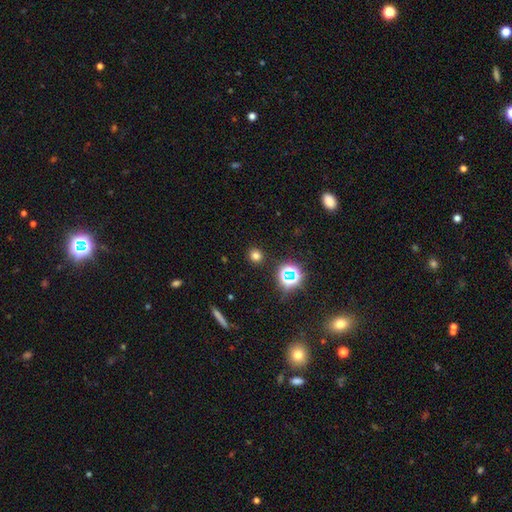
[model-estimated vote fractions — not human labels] The model was most divided on "smooth or featured": smooth: 70%, star or artifact: 24%, featured or disk: 6%. More confident: how rounded — round (90%); merging — none (89%).